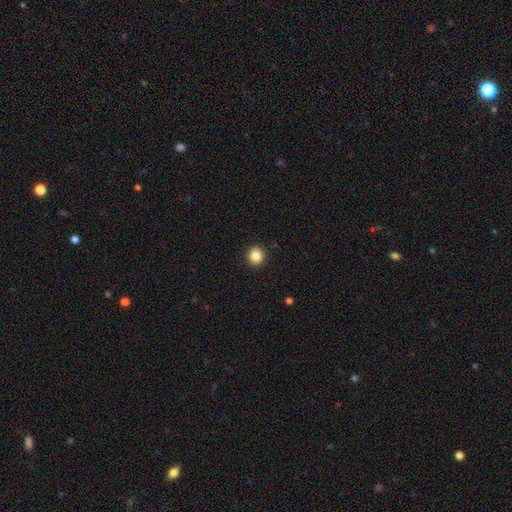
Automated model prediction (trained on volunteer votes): The model was most divided on "smooth or featured": smooth: 86%, star or artifact: 10%, featured or disk: 4%. More confident: merging — none (93%); how rounded — round (91%).